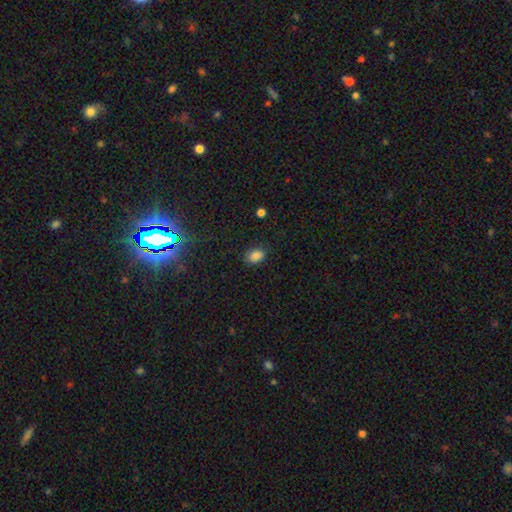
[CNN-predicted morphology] Smooth or featured? Predicted: smooth (p=0.84). How rounded? Predicted: in between (p=0.82). Merging? Predicted: none (p=0.83).